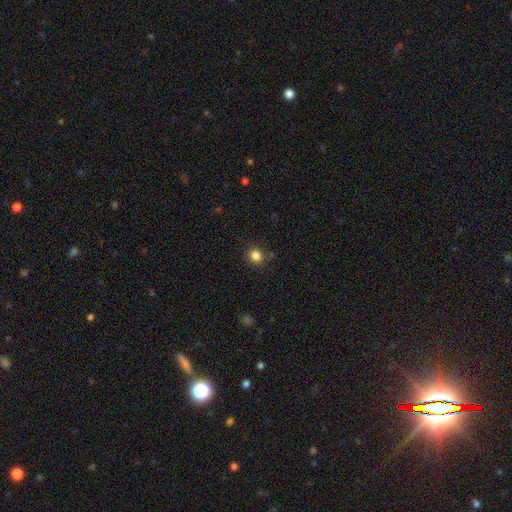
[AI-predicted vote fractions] Smooth or featured?
  - smooth: 83% *
  - star or artifact: 12%
  - featured or disk: 4%
How rounded?
  - round: 82% *
  - in between: 18%
  - cigar-shaped: 1%
Merging?
  - none: 87% *
  - minor disturbance: 8%
  - merger: 2%
  - major disturbance: 2%